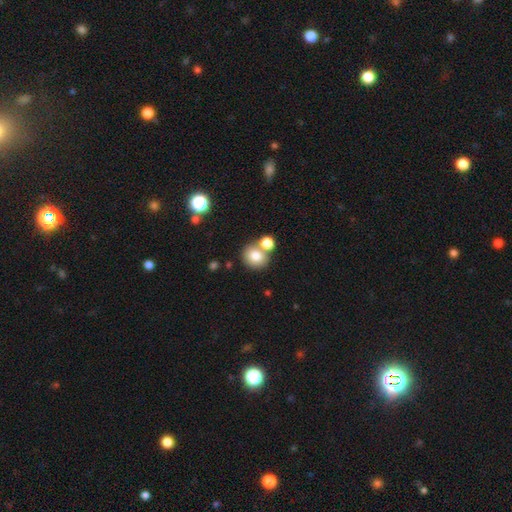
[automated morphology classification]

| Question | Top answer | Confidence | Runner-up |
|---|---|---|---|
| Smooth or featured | smooth | 79% | star or artifact (11%) |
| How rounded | round | 81% | in between (18%) |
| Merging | none | 57% | merger (31%) |